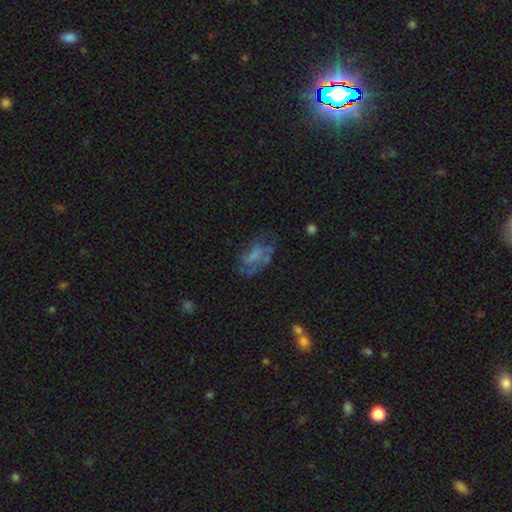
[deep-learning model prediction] smooth_or_featured: featured or disk (p=0.53) [alt: smooth p=0.35]
disk_edge_on: no (p=0.96) [alt: yes p=0.04]
bar: no (p=0.65) [alt: weak p=0.27]
has_spiral_arms: yes (p=0.53) [alt: no p=0.47]
bulge_size: none (p=0.52) [alt: small p=0.23]
merging: none (p=0.45) [alt: major disturbance p=0.27]